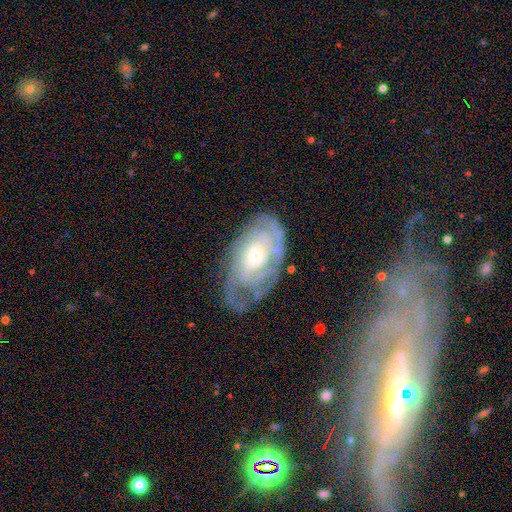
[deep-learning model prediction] Smooth or featured? Predicted: featured or disk (p=0.85). Edge-on disk? Predicted: no (p=0.95). Bar? Predicted: no (p=0.68). Spiral arms? Predicted: yes (p=0.94). Spiral winding? Predicted: tight (p=0.74). Spiral arm count? Predicted: can't tell (p=0.42). Bulge size? Predicted: small (p=0.52). Merging? Predicted: none (p=0.67).